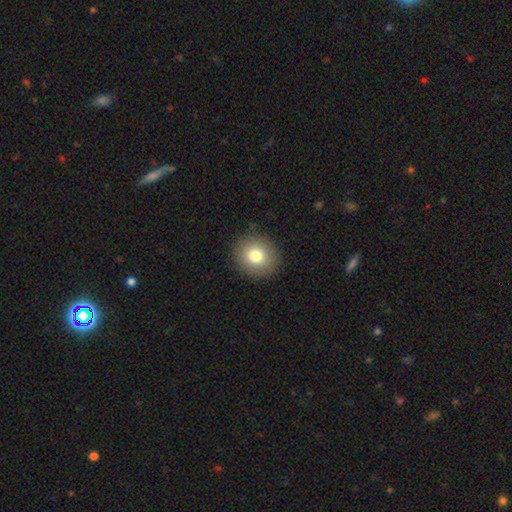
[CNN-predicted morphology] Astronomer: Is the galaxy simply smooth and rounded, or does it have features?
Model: smooth — 79%.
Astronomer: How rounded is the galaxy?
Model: round — 84%.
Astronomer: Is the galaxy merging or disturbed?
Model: none — 90%.